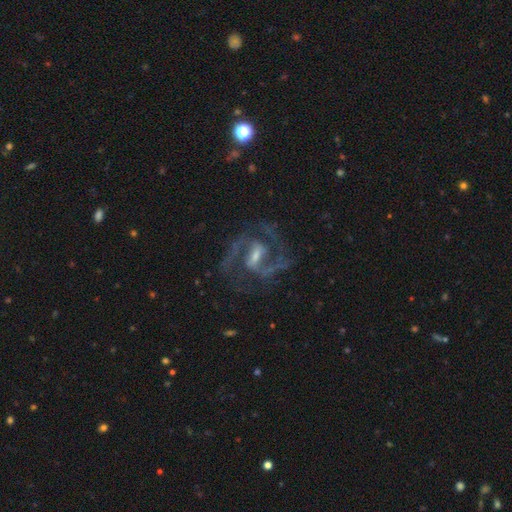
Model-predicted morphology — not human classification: Overall: featured or disk (90%). Edge-on disk: no (97%). Bar: weak (46%; strong 41%). Spiral arms: yes (97%). Spiral arm count: 2 (84%). Spiral winding: medium (64%). Bulge size: small (49%; moderate 38%). Merging: none (71%).